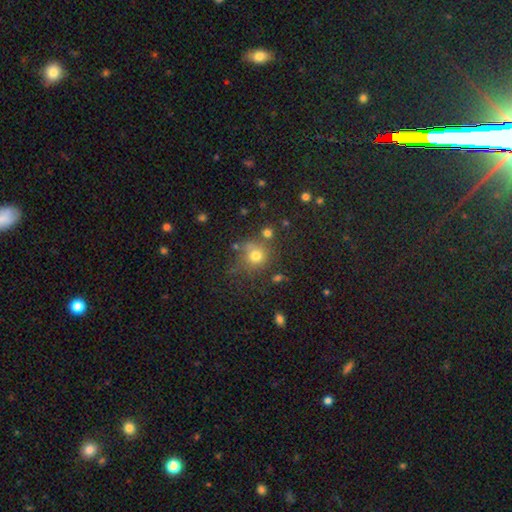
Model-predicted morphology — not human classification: Overall: smooth (73%). How rounded: round (87%). Merging: none (65%).